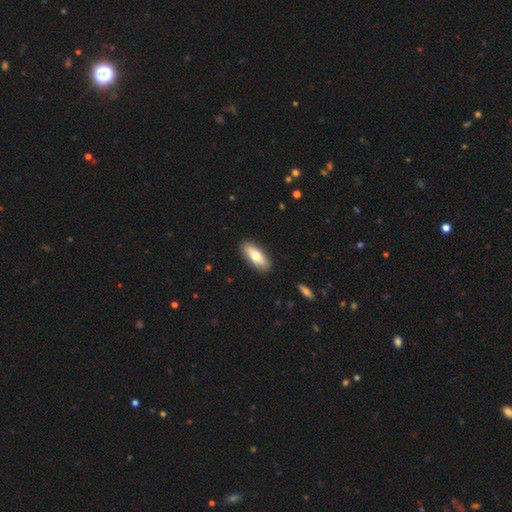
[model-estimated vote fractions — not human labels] Morphology: type=smooth (72%); roundness=in between (75%); merging=none (89%).